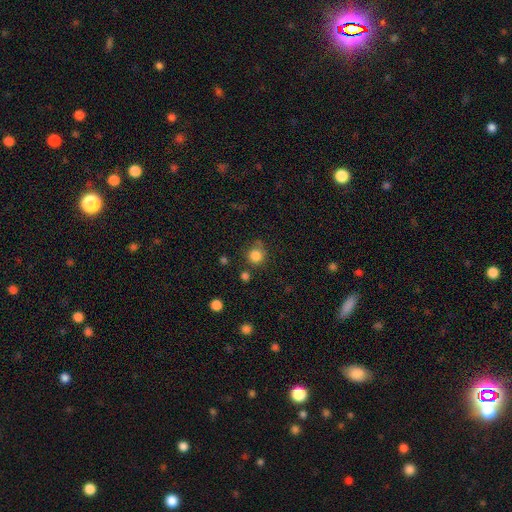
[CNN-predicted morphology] Smooth or featured? Predicted: smooth (p=0.83). How rounded? Predicted: round (p=0.90). Merging? Predicted: none (p=0.70).